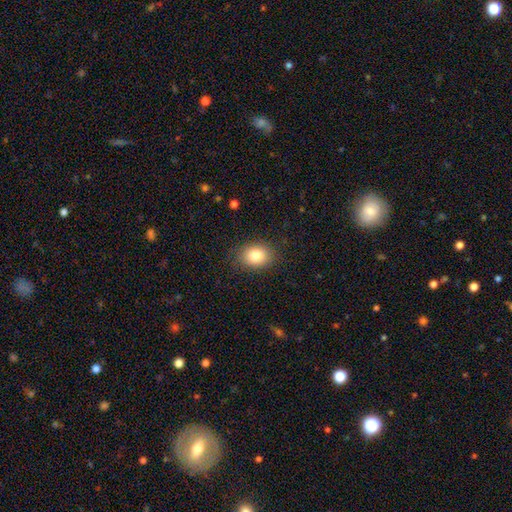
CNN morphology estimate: Overall: smooth (82%). How rounded: in between (62%; round 37%). Merging: none (86%).